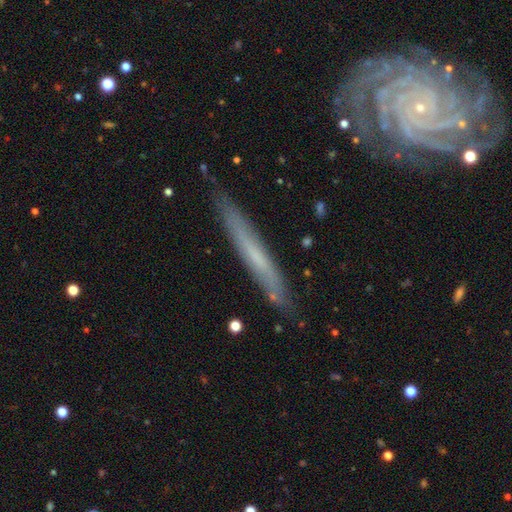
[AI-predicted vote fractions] Smooth or featured?
  - featured or disk: 55% *
  - smooth: 38%
  - star or artifact: 7%
Edge-on disk?
  - yes: 79% *
  - no: 21%
Merging?
  - none: 81% *
  - minor disturbance: 14%
  - major disturbance: 3%
  - merger: 2%